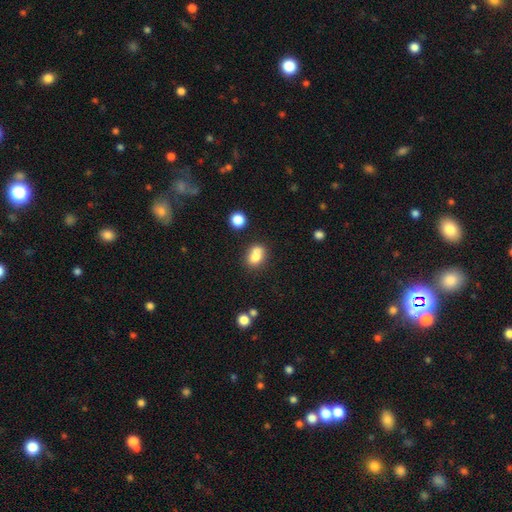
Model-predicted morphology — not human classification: Q: Smooth or featured?
A: smooth (76%); runner-up: featured or disk (13%)
Q: How rounded?
A: in between (56%); runner-up: round (43%)
Q: Merging?
A: none (42%); runner-up: merger (38%)